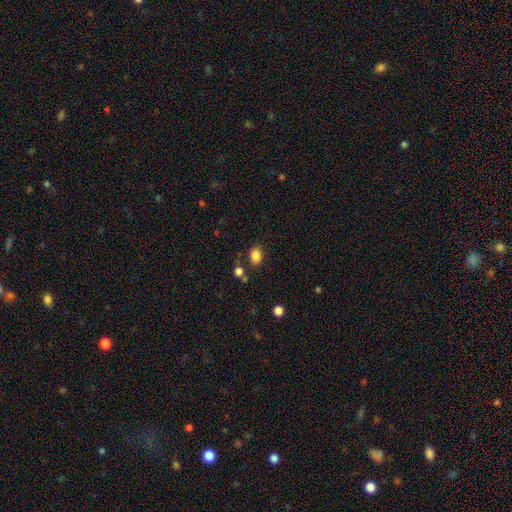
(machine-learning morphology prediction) smooth 84%, star or artifact 11%, featured or disk 5%. Down the decision tree: how rounded — in between (63%); merging — none (76%).